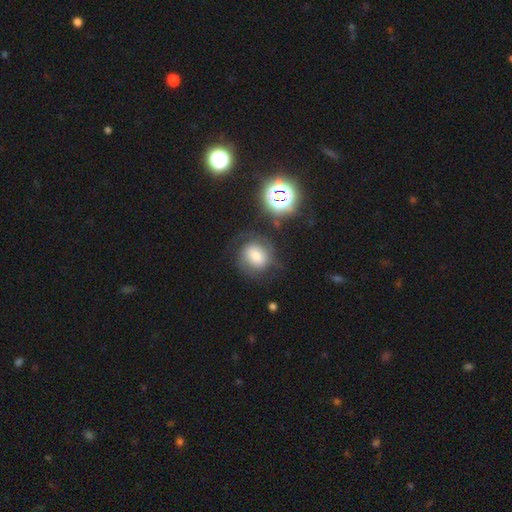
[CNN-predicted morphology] type=smooth (50%); roundness=round (74%); merging=none (63%).